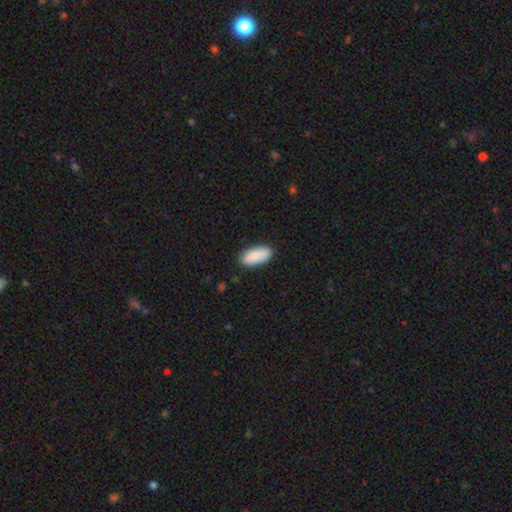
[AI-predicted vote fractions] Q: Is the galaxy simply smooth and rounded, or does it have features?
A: smooth — 88%.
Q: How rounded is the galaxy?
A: in between — 89%.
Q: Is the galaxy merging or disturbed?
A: none — 85%.